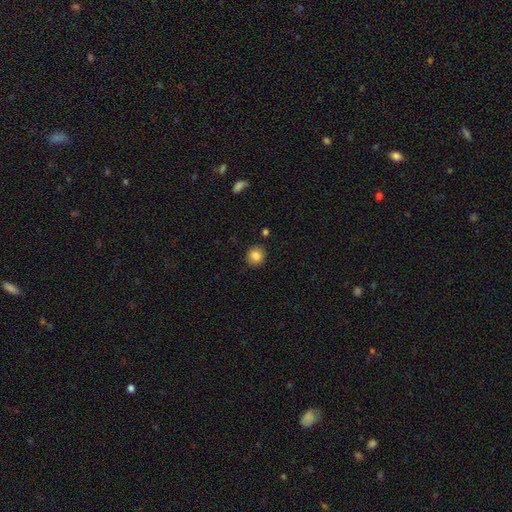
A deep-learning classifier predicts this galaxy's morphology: Smooth or featured? smooth (85%)
How rounded? round (82%)
Merging? none (87%)